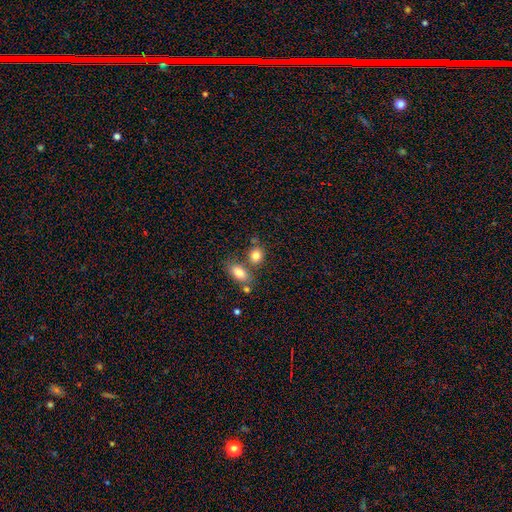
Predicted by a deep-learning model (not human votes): A smooth galaxy with no disk features (82%) that is round (55%). Merging: none (56%).